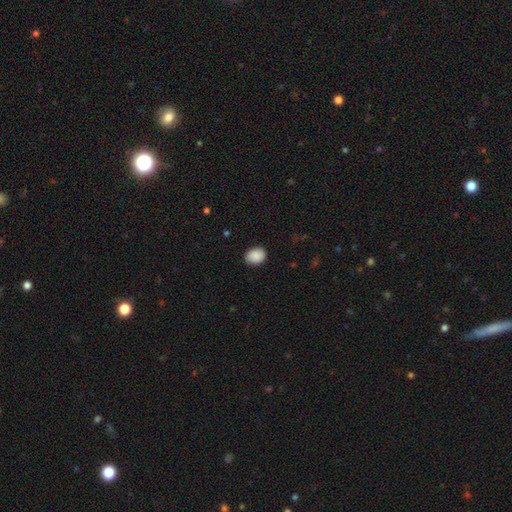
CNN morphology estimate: Smooth or featured? smooth (89%)
How rounded? in between (63%)
Merging? none (87%)